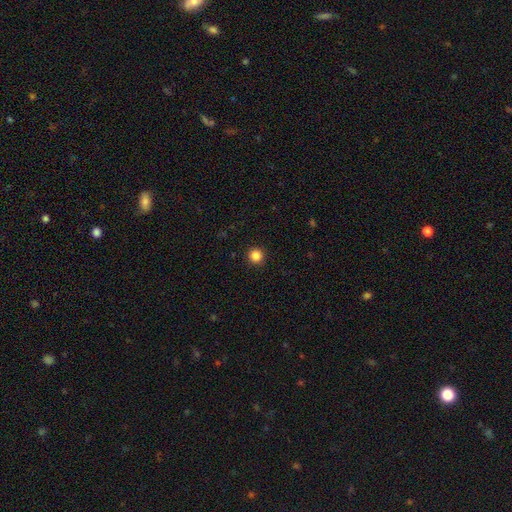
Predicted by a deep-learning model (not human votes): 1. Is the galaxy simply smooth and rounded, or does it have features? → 85% smooth, 12% star or artifact, 3% featured or disk.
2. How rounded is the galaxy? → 96% round, 3% in between, 1% cigar-shaped.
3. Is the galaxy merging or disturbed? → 93% none, 4% minor disturbance, 2% major disturbance, 1% merger.